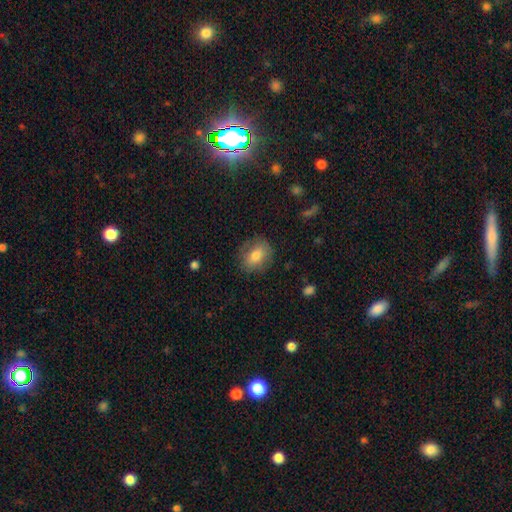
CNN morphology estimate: smooth-or-featured: smooth: 75% | featured or disk: 17% | star or artifact: 8%
  how-rounded: in between: 55% | round: 43% | cigar-shaped: 1%
  merging: none: 78% | minor disturbance: 16% | major disturbance: 5% | merger: 1%